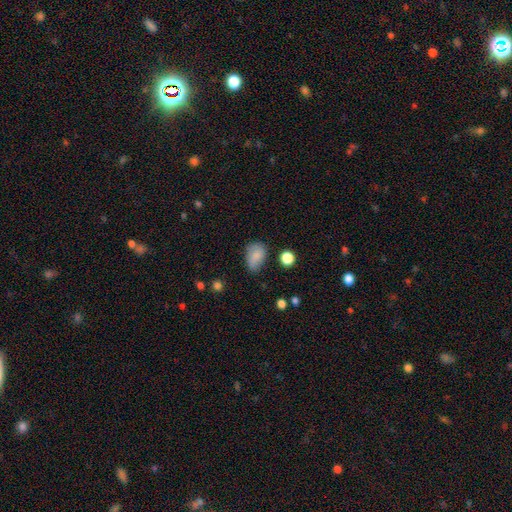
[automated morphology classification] The model was most divided on "merging": none: 51%, minor disturbance: 34%, major disturbance: 11%, merger: 4%. More confident: how rounded — in between (82%); smooth or featured — smooth (77%).